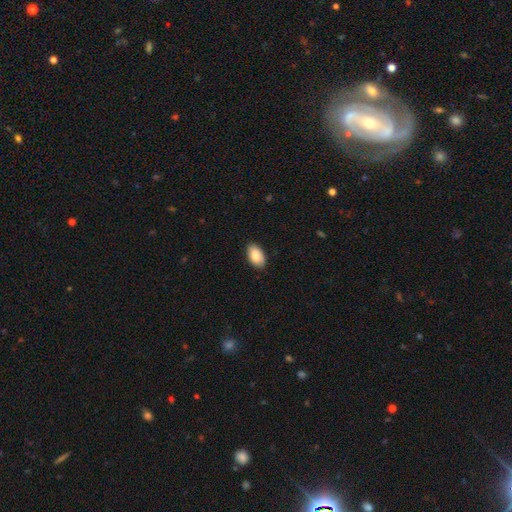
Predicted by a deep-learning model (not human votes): Overall: smooth (85%). How rounded: in between (94%). Merging: none (87%).